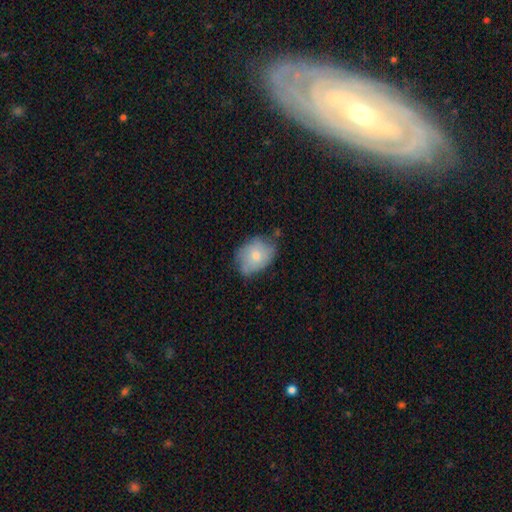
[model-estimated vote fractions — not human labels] Smooth or featured: smooth — 66% (featured or disk — 26%)
How rounded: in between — 65% (round — 34%)
Merging: none — 54% (minor disturbance — 35%)